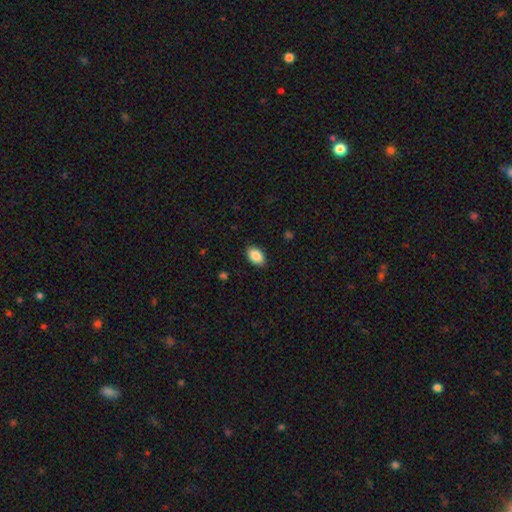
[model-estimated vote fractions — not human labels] Smooth or featured? smooth (88%)
How rounded? in between (91%)
Merging? none (88%)